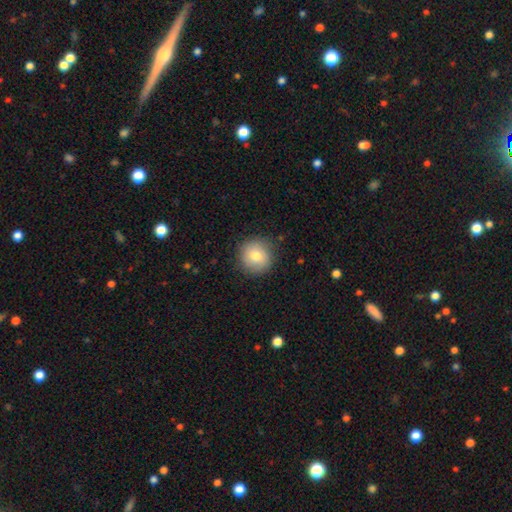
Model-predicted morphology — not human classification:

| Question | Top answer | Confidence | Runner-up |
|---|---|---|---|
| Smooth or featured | smooth | 78% | featured or disk (13%) |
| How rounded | round | 93% | in between (6%) |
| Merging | none | 87% | minor disturbance (10%) |